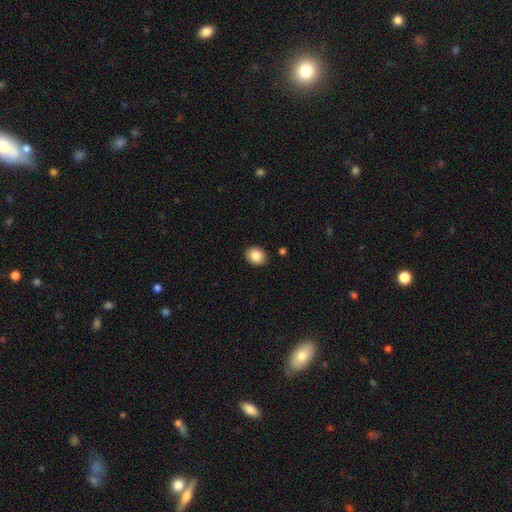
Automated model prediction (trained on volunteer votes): Q: Smooth or featured?
A: smooth (85%); runner-up: star or artifact (8%)
Q: How rounded?
A: round (51%); runner-up: in between (48%)
Q: Merging?
A: none (89%); runner-up: minor disturbance (8%)